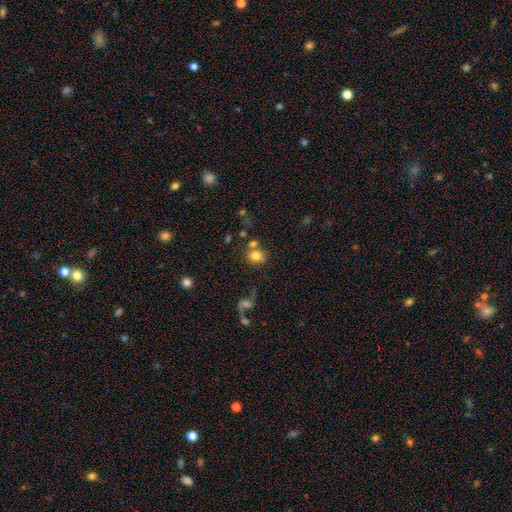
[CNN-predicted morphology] smooth 78%, featured or disk 11%, star or artifact 11%. Down the decision tree: how rounded — round (69%); merging — none (59%).